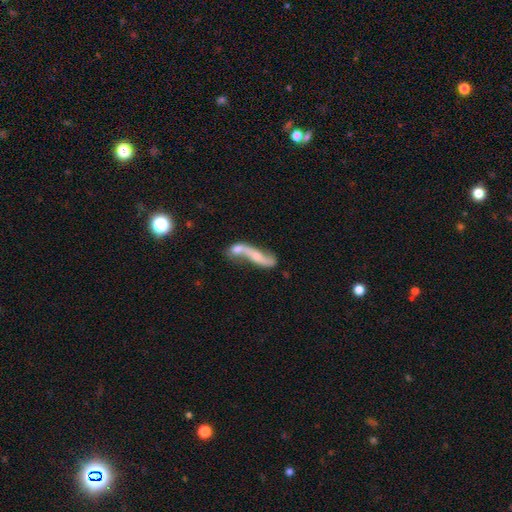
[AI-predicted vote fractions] Smooth or featured?
  - featured or disk: 61% *
  - smooth: 32%
  - star or artifact: 7%
Edge-on disk?
  - no: 75% *
  - yes: 25%
Merging?
  - merger: 51% *
  - none: 25%
  - minor disturbance: 13%
  - major disturbance: 12%